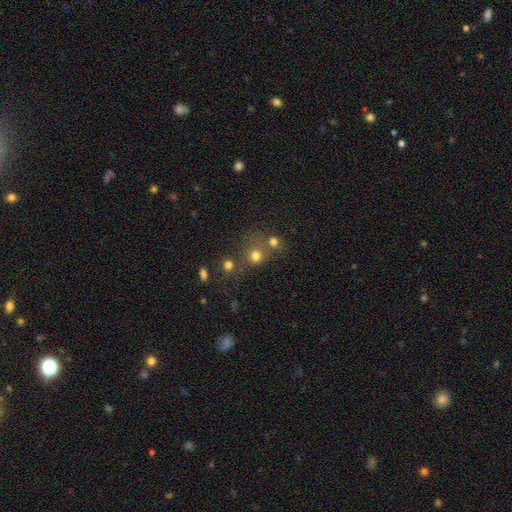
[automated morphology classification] Smooth or featured?
  - smooth: 70% *
  - star or artifact: 19%
  - featured or disk: 11%
How rounded?
  - round: 79% *
  - in between: 20%
  - cigar-shaped: 1%
Merging?
  - none: 50% *
  - merger: 33%
  - minor disturbance: 10%
  - major disturbance: 7%